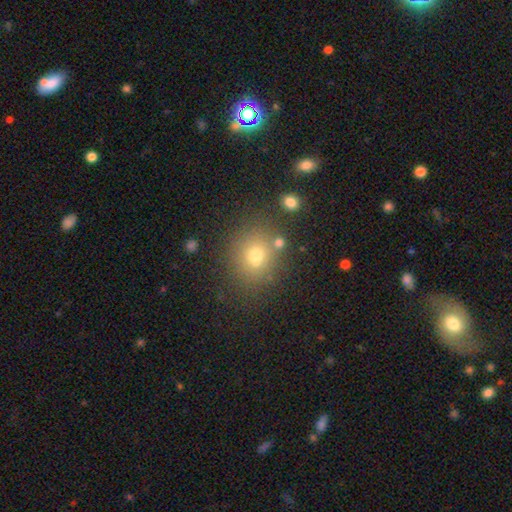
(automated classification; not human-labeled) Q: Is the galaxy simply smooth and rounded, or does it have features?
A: smooth — 66%.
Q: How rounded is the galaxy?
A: round — 77%.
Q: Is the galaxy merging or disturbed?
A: none — 64%.